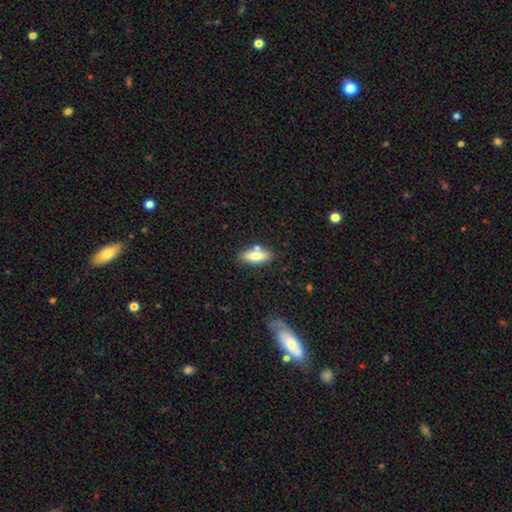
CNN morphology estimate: smooth-or-featured: smooth: 72% | featured or disk: 21% | star or artifact: 7%
  how-rounded: in between: 74% | cigar-shaped: 22% | round: 3%
  merging: none: 75% | minor disturbance: 12% | merger: 11% | major disturbance: 3%